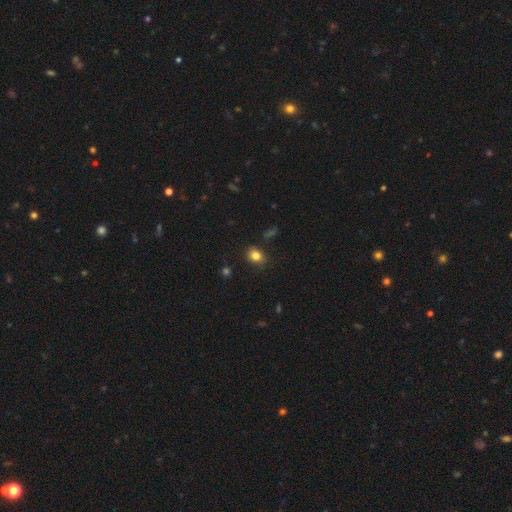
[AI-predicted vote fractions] smooth 83%, star or artifact 12%, featured or disk 6%. Down the decision tree: how rounded — round (50%); merging — none (85%).